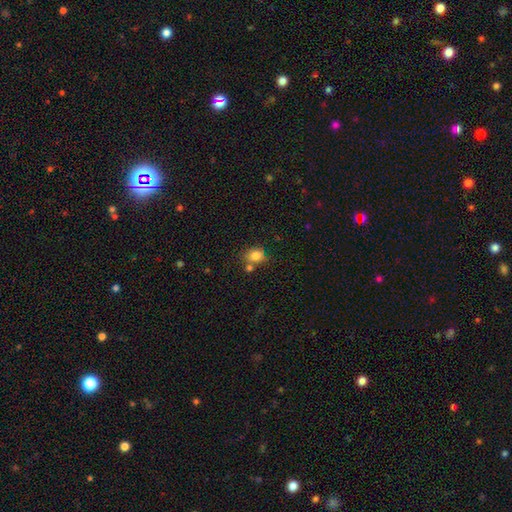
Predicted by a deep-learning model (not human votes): Overall: smooth (82%). How rounded: round (56%; in between 43%). Merging: none (58%; merger 19%).